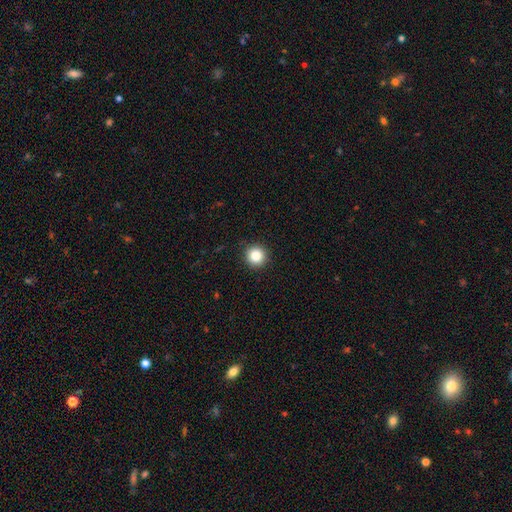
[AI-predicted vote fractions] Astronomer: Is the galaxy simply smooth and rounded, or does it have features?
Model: smooth — 86%.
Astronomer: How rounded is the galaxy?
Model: round — 95%.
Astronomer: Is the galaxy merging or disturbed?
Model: none — 92%.